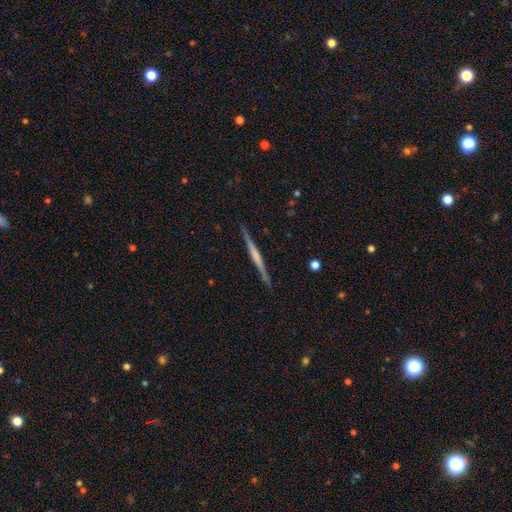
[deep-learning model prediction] smooth_or_featured: featured or disk (p=0.68) [alt: smooth p=0.26]
disk_edge_on: yes (p=0.98) [alt: no p=0.02]
edge_on_bulge: none (p=0.57) [alt: rounded p=0.25]
merging: none (p=0.91) [alt: minor disturbance p=0.07]